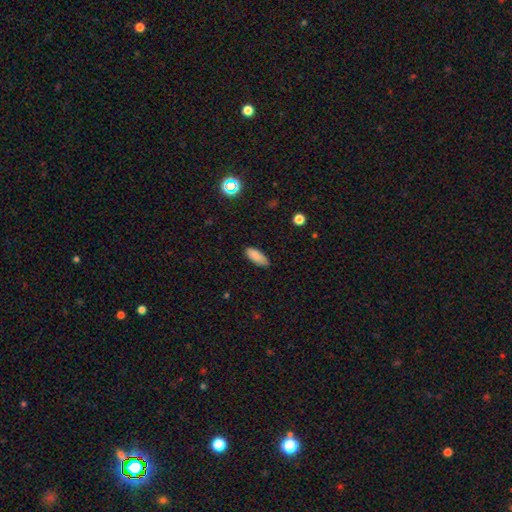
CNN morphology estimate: Smooth or featured?
  - smooth: 87% *
  - star or artifact: 8%
  - featured or disk: 5%
How rounded?
  - in between: 79% *
  - cigar-shaped: 19%
  - round: 2%
Merging?
  - none: 86% *
  - minor disturbance: 11%
  - major disturbance: 2%
  - merger: 1%